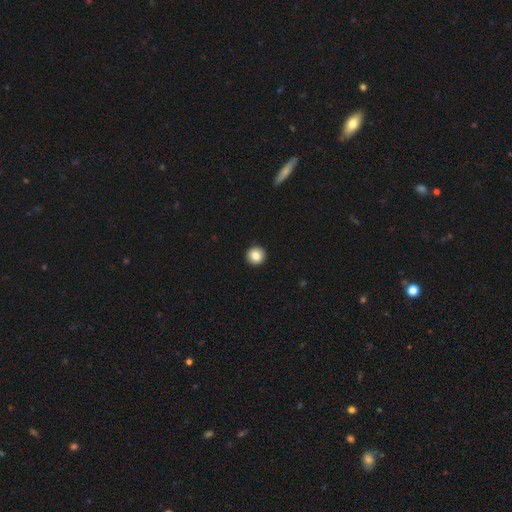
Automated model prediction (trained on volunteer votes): Overall: smooth (86%). How rounded: round (95%). Merging: none (94%).